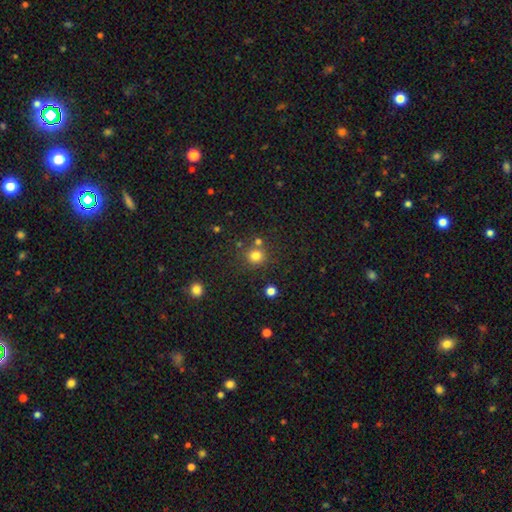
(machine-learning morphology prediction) smooth 79%, star or artifact 15%, featured or disk 6%. Down the decision tree: how rounded — round (89%); merging — none (74%).